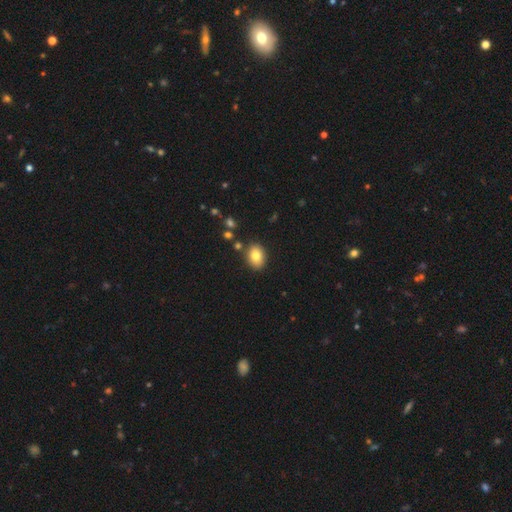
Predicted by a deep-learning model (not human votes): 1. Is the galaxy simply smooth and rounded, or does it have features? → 81% smooth, 10% featured or disk, 9% star or artifact.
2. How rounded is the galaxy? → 73% in between, 26% round, 1% cigar-shaped.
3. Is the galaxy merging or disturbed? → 85% none, 9% minor disturbance, 3% merger, 2% major disturbance.